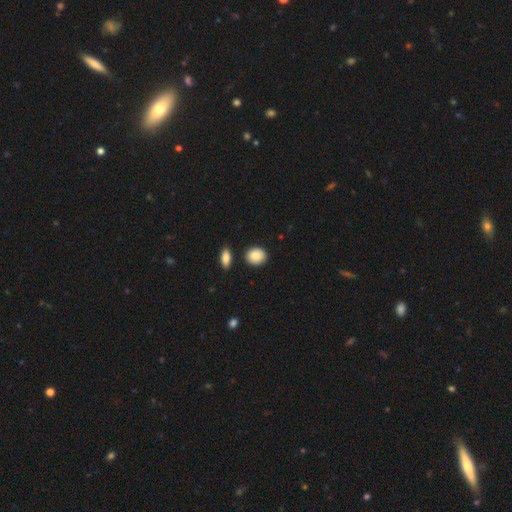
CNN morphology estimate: This appears to be a smooth galaxy with no disk features (87%) that is round (65%). Merging: none (86%).